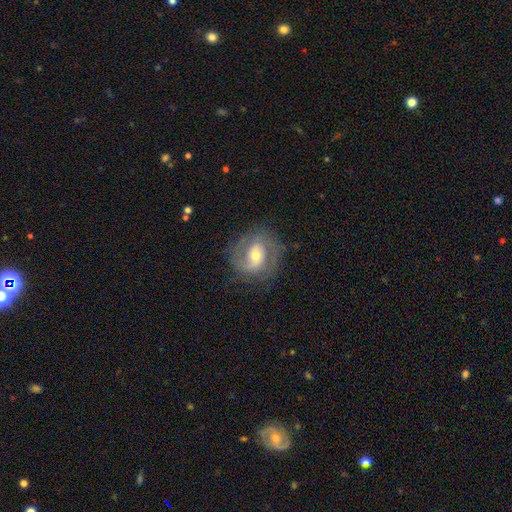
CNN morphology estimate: type=featured or disk (73%); edge-on=no (97%); bar=weak (47%); spiral arms=yes (86%); winding=medium (45%); arm count=2 (72%); bulge=moderate (60%); merging=none (74%).